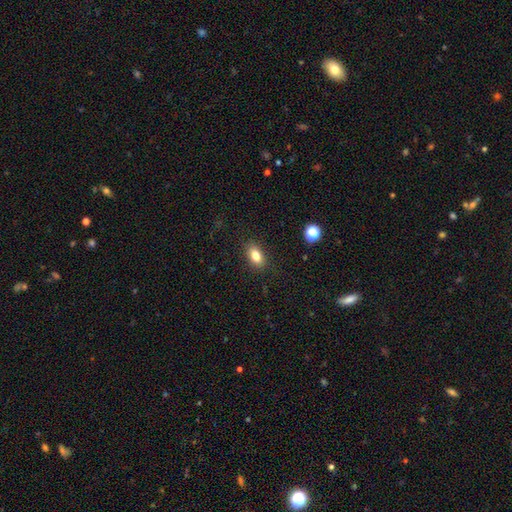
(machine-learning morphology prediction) smooth_or_featured: smooth (p=0.82) [alt: star or artifact p=0.09]
how_rounded: in between (p=0.86) [alt: round p=0.10]
merging: none (p=0.88) [alt: minor disturbance p=0.09]